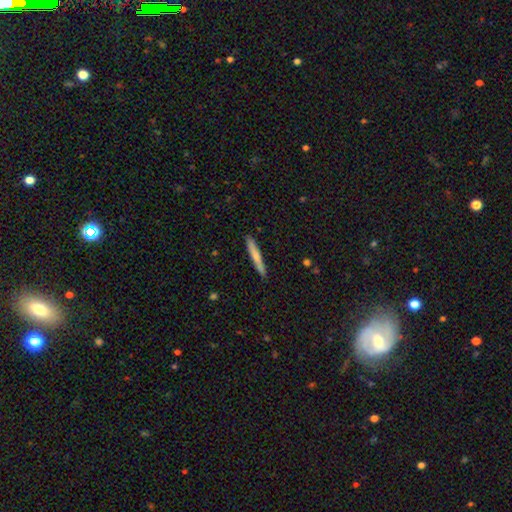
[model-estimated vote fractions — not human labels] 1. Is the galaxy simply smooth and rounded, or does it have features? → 69% smooth, 26% featured or disk, 5% star or artifact.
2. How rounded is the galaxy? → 96% cigar-shaped, 3% in between, 1% round.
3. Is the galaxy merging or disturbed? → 89% none, 9% minor disturbance, 2% major disturbance, 1% merger.